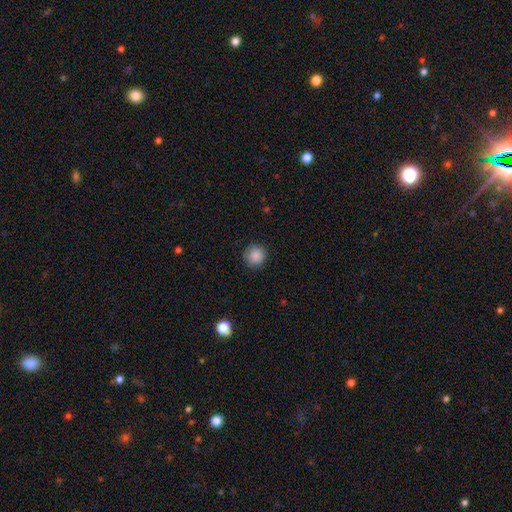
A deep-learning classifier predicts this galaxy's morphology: smooth_or_featured: smooth (p=0.88) [alt: star or artifact p=0.09]
how_rounded: round (p=0.94) [alt: in between p=0.05]
merging: none (p=0.90) [alt: minor disturbance p=0.07]